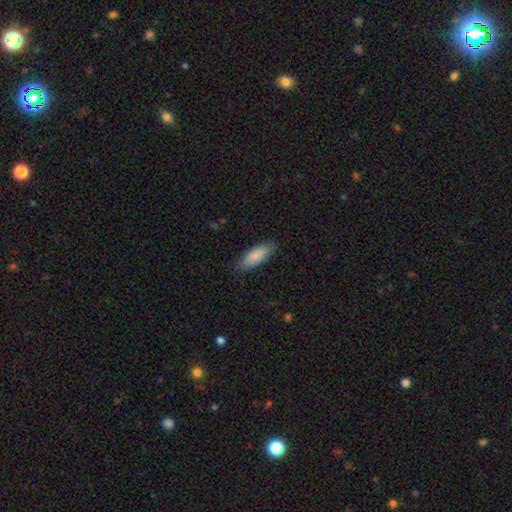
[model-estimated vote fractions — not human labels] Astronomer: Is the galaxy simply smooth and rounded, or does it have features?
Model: smooth — 85%.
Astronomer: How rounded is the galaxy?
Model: in between — 67%.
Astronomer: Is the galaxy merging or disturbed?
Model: none — 83%.